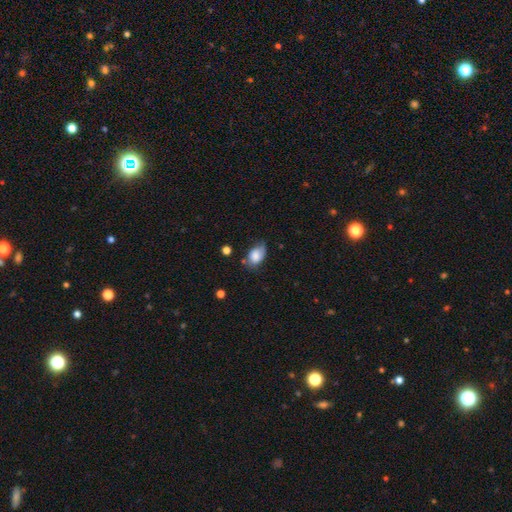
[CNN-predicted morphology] Smooth or featured: smooth — 78% (featured or disk — 14%)
How rounded: in between — 88% (round — 10%)
Merging: none — 50% (minor disturbance — 36%)